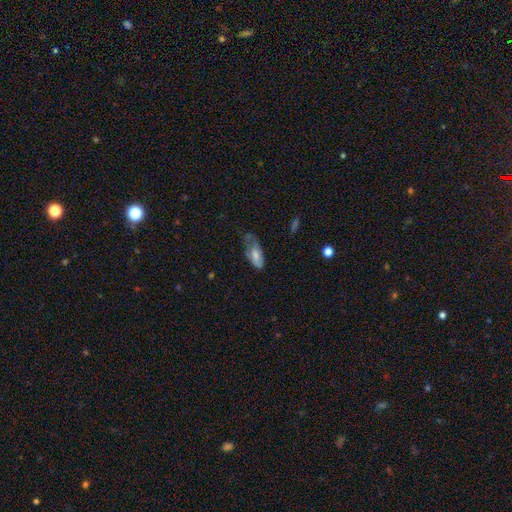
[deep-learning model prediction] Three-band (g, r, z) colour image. It shows a smooth galaxy with no disk features (63%) that is in between round and cigar-shaped (84%). Merging: minor disturbance (37%).